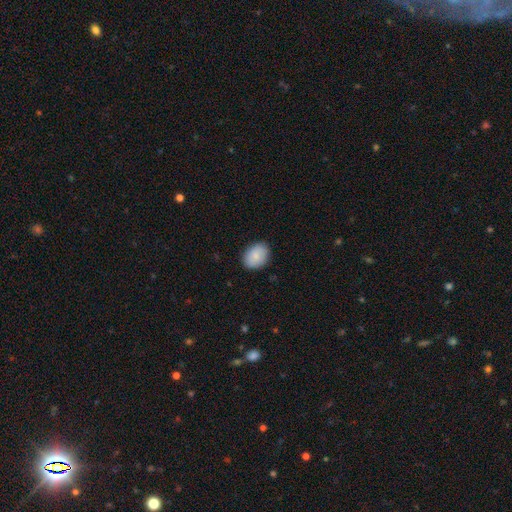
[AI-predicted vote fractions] Smooth or featured? Predicted: smooth (p=0.87). How rounded? Predicted: in between (p=0.70). Merging? Predicted: none (p=0.87).